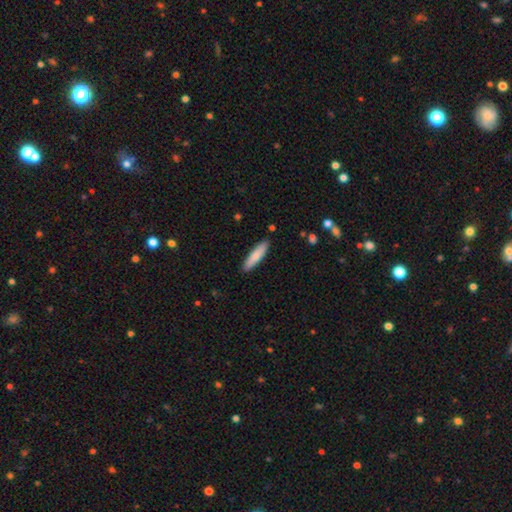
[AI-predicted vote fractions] Q: Smooth or featured?
A: smooth (81%); runner-up: featured or disk (14%)
Q: How rounded?
A: cigar-shaped (77%); runner-up: in between (21%)
Q: Merging?
A: none (89%); runner-up: minor disturbance (8%)